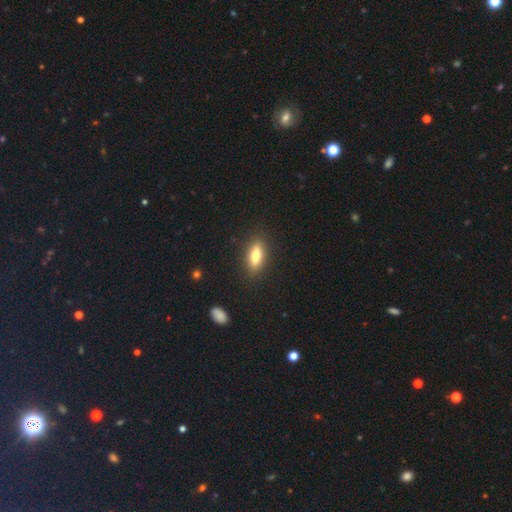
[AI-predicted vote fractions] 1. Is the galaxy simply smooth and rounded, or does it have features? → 75% smooth, 17% featured or disk, 8% star or artifact.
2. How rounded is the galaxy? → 67% in between, 30% cigar-shaped, 3% round.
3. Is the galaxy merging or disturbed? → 87% none, 9% minor disturbance, 3% major disturbance, 1% merger.